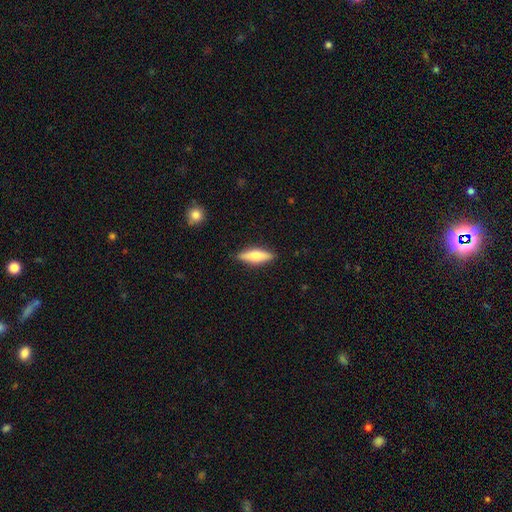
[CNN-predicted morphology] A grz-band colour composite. It shows a smooth galaxy with no disk features (58%) that is cigar-shaped (61%). Merging: none (88%).